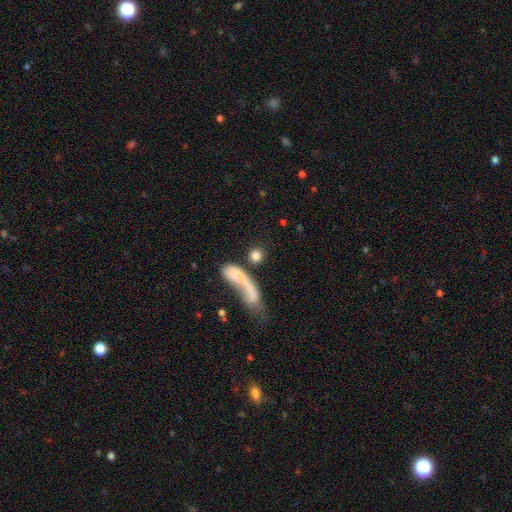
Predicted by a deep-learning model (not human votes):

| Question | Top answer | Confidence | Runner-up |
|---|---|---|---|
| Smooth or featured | smooth | 77% | featured or disk (14%) |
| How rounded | round | 68% | in between (22%) |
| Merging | none | 45% | merger (32%) |